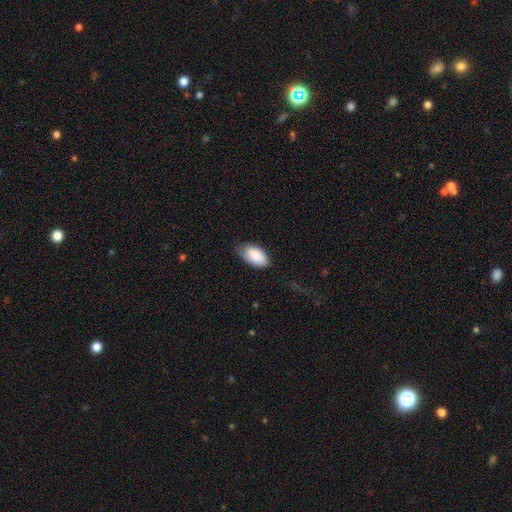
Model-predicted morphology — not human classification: type=smooth (86%); roundness=in between (95%); merging=none (68%).